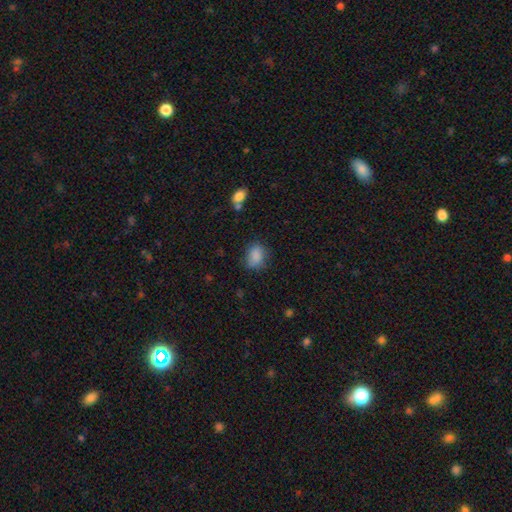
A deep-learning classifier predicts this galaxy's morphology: Smooth or featured: smooth — 86% (star or artifact — 9%)
How rounded: in between — 70% (round — 28%)
Merging: none — 69% (minor disturbance — 23%)